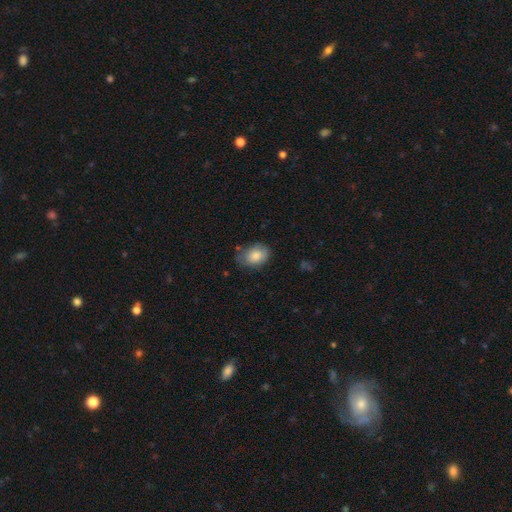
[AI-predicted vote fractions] Q: Smooth or featured?
A: smooth (82%); runner-up: featured or disk (10%)
Q: How rounded?
A: in between (73%); runner-up: round (26%)
Q: Merging?
A: none (62%); runner-up: minor disturbance (28%)